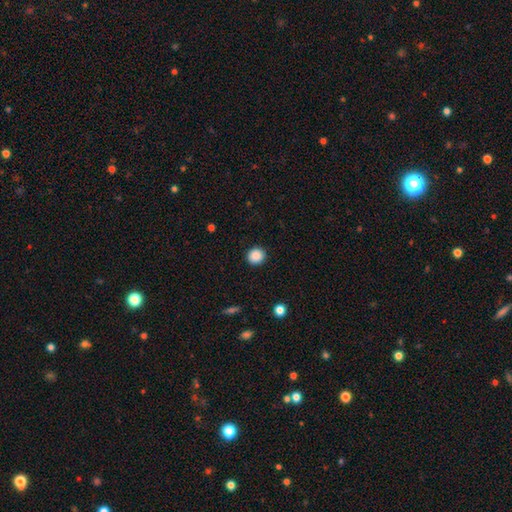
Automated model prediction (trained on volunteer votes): Smooth or featured: smooth — 88% (star or artifact — 9%)
How rounded: round — 91% (in between — 8%)
Merging: none — 92% (minor disturbance — 5%)